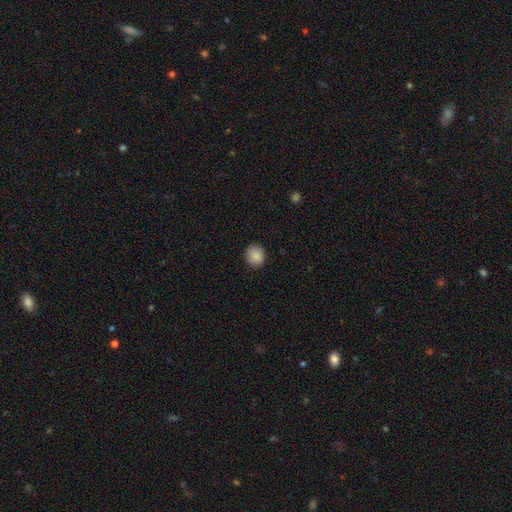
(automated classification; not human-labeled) Q: Smooth or featured?
A: smooth (88%); runner-up: star or artifact (9%)
Q: How rounded?
A: round (86%); runner-up: in between (13%)
Q: Merging?
A: none (89%); runner-up: minor disturbance (8%)